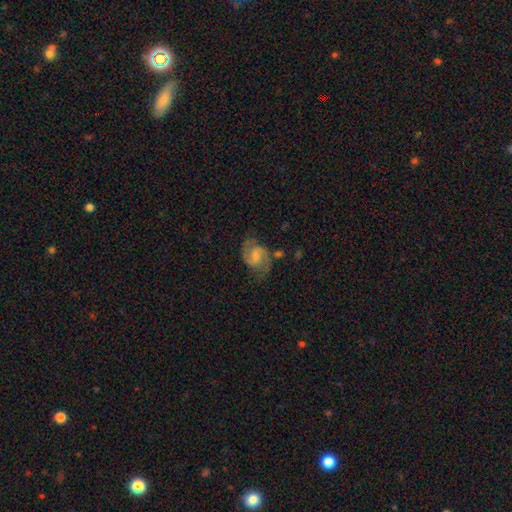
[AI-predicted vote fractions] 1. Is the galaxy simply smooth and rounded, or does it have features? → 80% featured or disk, 13% smooth, 7% star or artifact.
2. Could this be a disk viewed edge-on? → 98% no, 2% yes.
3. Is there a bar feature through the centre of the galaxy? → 56% weak, 27% no, 17% strong.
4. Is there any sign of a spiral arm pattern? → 96% yes, 4% no.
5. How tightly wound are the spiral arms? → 56% medium, 23% loose, 21% tight.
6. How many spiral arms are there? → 91% 2, 4% can't tell, 2% 1, 1% 3, 1% 4, 1% more than 4.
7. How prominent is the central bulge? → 42% small, 36% moderate, 17% none, 4% large, 1% dominant.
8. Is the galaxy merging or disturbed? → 74% none, 16% minor disturbance, 6% major disturbance, 4% merger.